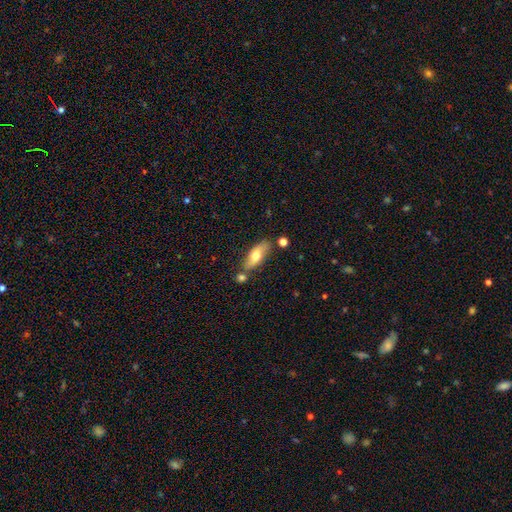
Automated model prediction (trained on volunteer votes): Smooth or featured: smooth — 64% (featured or disk — 29%)
How rounded: in between — 72% (cigar-shaped — 24%)
Merging: none — 71% (minor disturbance — 16%)